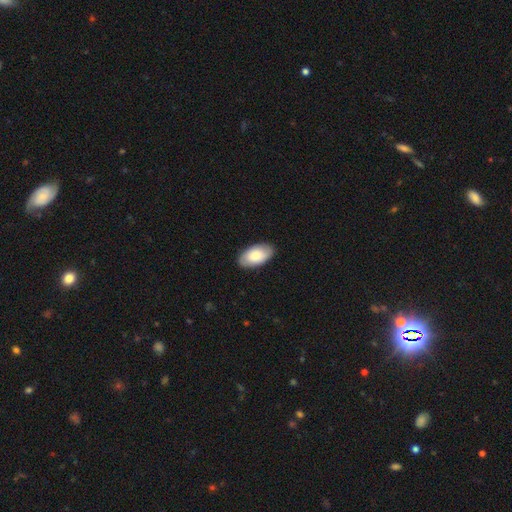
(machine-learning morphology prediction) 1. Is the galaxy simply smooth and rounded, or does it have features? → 79% smooth, 16% featured or disk, 6% star or artifact.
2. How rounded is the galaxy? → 95% in between, 3% round, 2% cigar-shaped.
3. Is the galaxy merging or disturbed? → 87% none, 10% minor disturbance, 2% major disturbance, 1% merger.